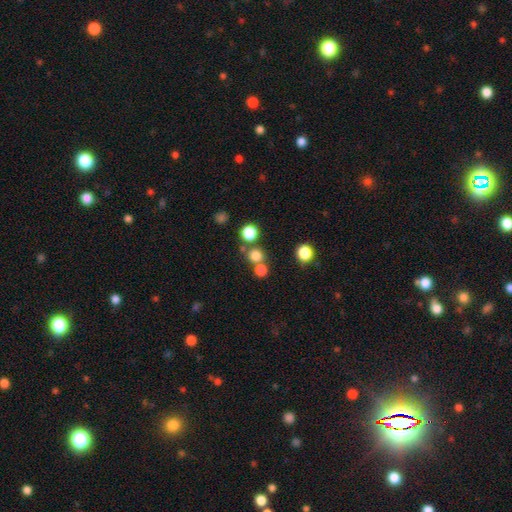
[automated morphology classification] Smooth or featured: smooth — 76% (star or artifact — 18%)
How rounded: round — 91% (in between — 8%)
Merging: none — 69% (merger — 22%)